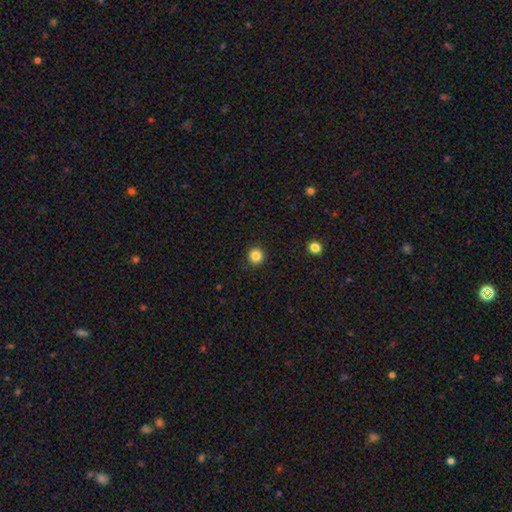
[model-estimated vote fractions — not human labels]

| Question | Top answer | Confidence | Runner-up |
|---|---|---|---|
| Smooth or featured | smooth | 84% | star or artifact (12%) |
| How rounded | round | 95% | in between (4%) |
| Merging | none | 92% | minor disturbance (5%) |